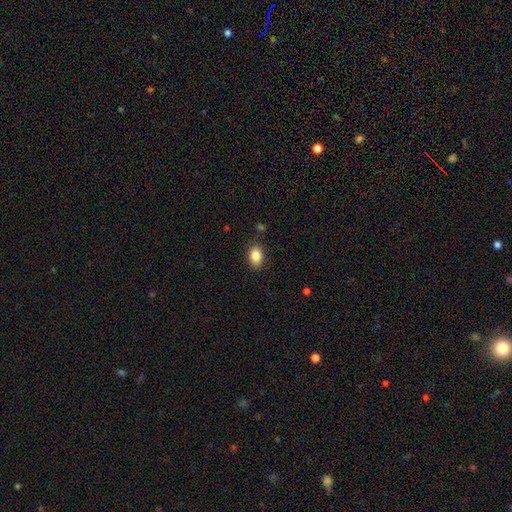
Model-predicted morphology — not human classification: Smooth or featured? Predicted: smooth (p=0.86). How rounded? Predicted: in between (p=0.80). Merging? Predicted: none (p=0.84).